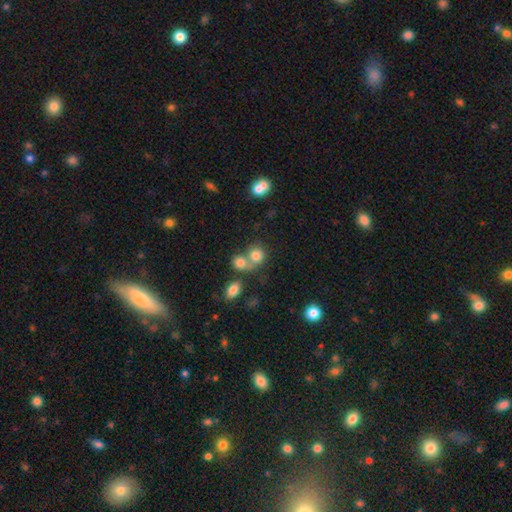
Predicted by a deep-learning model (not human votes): Morphology: type=smooth (78%); roundness=round (79%); merging=merger (48%).